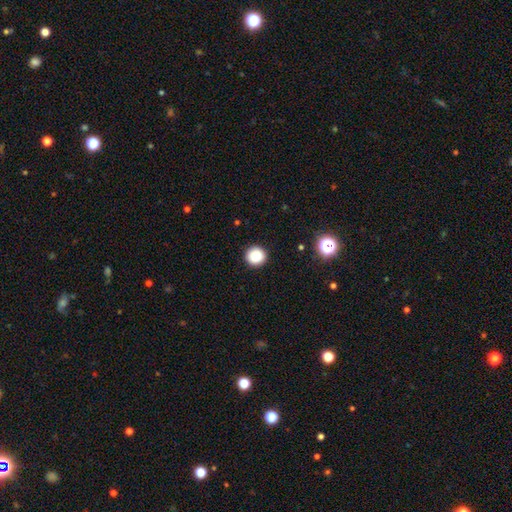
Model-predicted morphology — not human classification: A smooth galaxy with no disk features (86%) that is round (94%).

Vote fractions:
- Smooth or featured? smooth: 86% / star or artifact: 10% / featured or disk: 4%
- How rounded? round: 94% / in between: 5% / cigar-shaped: 1%
- Merging? none: 92% / minor disturbance: 5% / major disturbance: 2% / merger: 1%